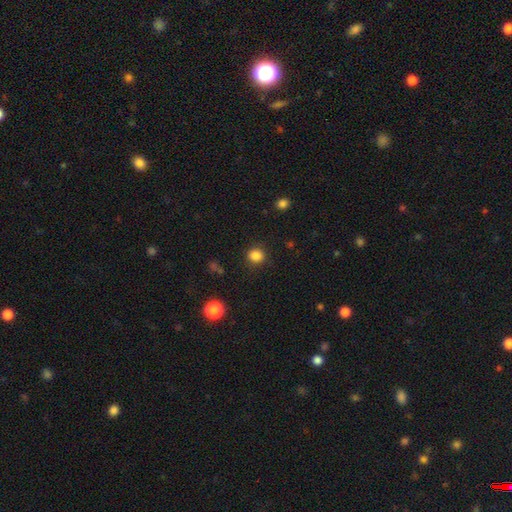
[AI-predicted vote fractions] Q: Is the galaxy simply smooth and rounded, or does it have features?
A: smooth — 85%.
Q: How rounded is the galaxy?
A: round — 80%.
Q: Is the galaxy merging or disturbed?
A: none — 87%.